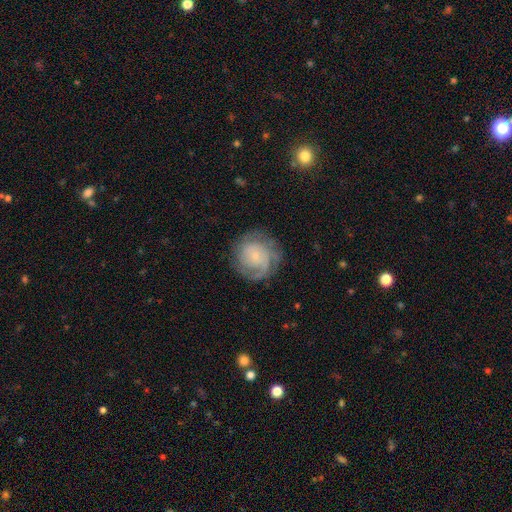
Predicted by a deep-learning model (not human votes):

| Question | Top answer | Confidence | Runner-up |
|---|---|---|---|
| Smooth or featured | featured or disk | 63% | smooth (30%) |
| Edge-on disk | no | 98% | yes (2%) |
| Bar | no | 78% | weak (19%) |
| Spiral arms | yes | 88% | no (12%) |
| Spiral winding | tight | 59% | medium (30%) |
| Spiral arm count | can't tell | 40% | 2 (21%) |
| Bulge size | small | 75% | moderate (14%) |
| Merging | none | 72% | minor disturbance (17%) |